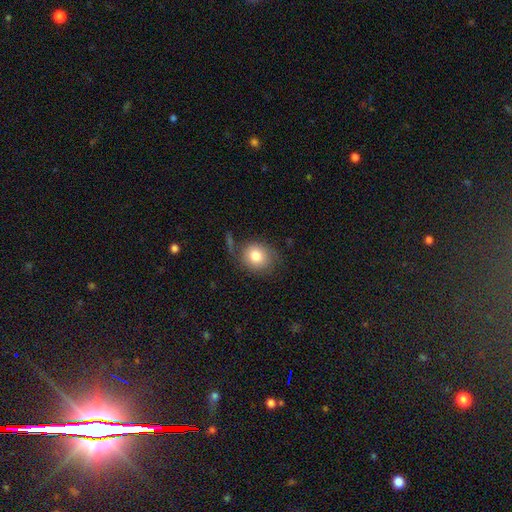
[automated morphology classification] Smooth or featured? Predicted: smooth (p=0.79). How rounded? Predicted: round (p=0.71). Merging? Predicted: none (p=0.67).